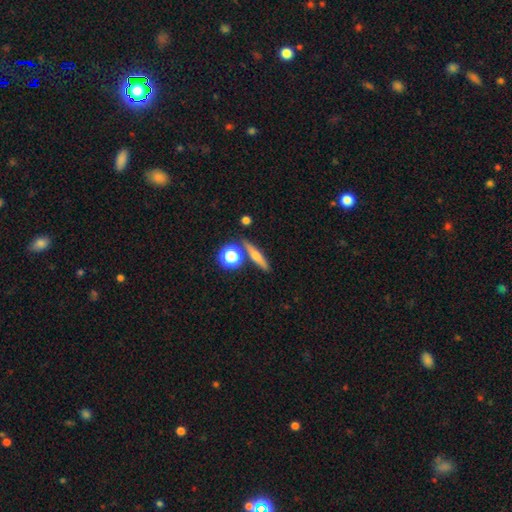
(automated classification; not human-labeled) A featured or disk galaxy (45%). Merging: none (81%).